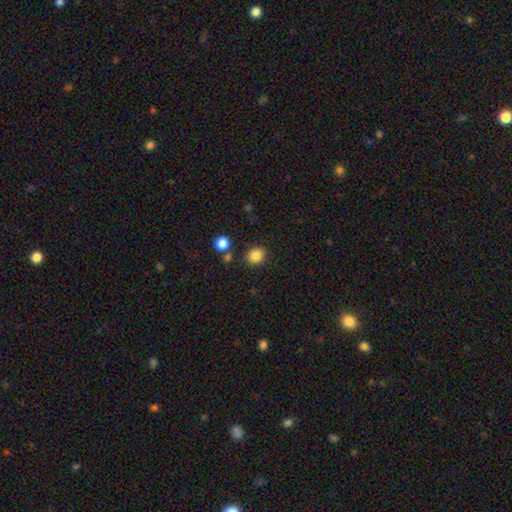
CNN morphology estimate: smooth-or-featured: smooth: 85% | star or artifact: 11% | featured or disk: 4%
  how-rounded: round: 74% | in between: 25% | cigar-shaped: 1%
  merging: none: 85% | minor disturbance: 8% | merger: 4% | major disturbance: 3%